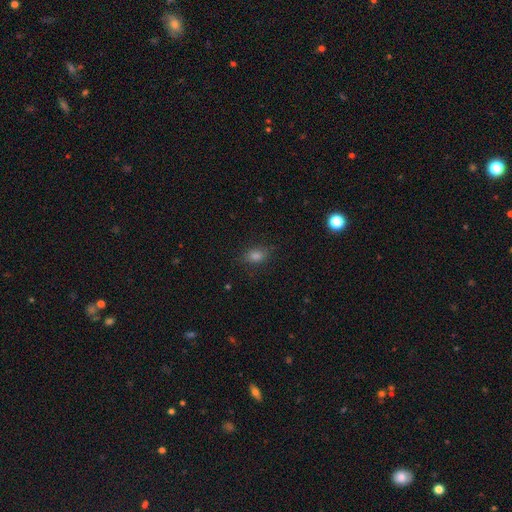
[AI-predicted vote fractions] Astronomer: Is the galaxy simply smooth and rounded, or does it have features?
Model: smooth — 78%.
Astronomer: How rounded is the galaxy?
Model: in between — 74%.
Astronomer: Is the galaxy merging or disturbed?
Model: none — 83%.